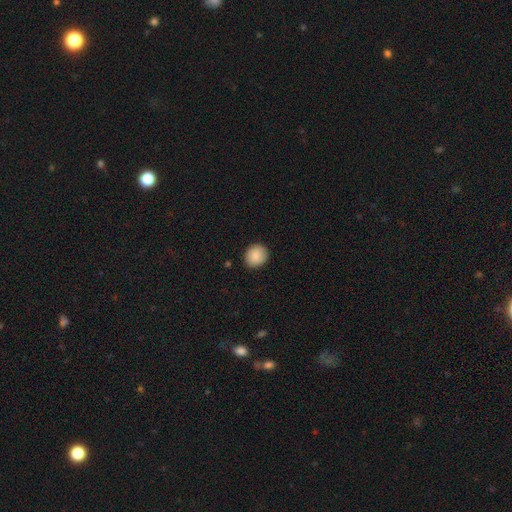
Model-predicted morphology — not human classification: Smooth or featured? smooth (89%)
How rounded? round (79%)
Merging? none (89%)